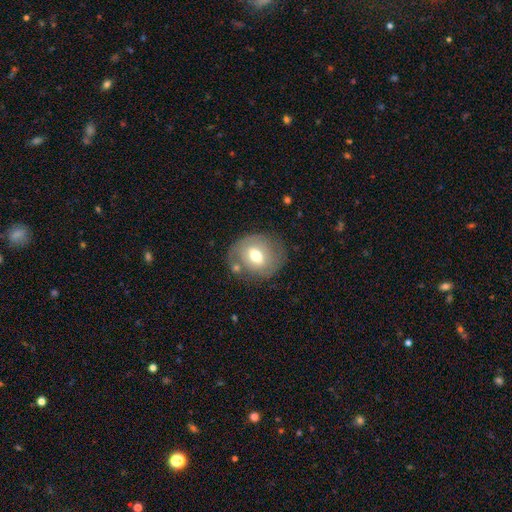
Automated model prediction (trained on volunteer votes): Smooth or featured: smooth — 54% (featured or disk — 39%)
How rounded: round — 64% (in between — 35%)
Merging: none — 67% (minor disturbance — 19%)